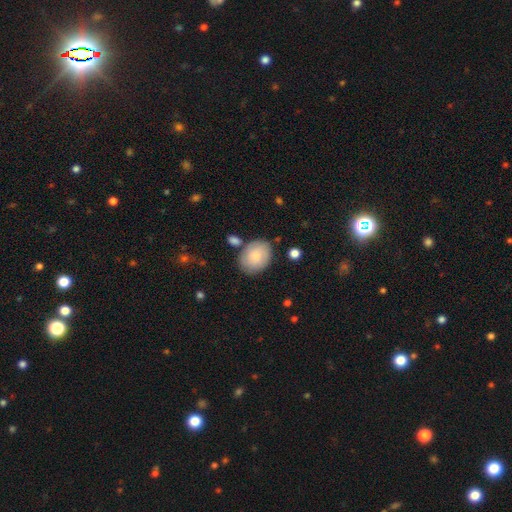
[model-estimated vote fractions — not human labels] Smooth or featured? smooth (80%)
How rounded? in between (67%)
Merging? none (72%)